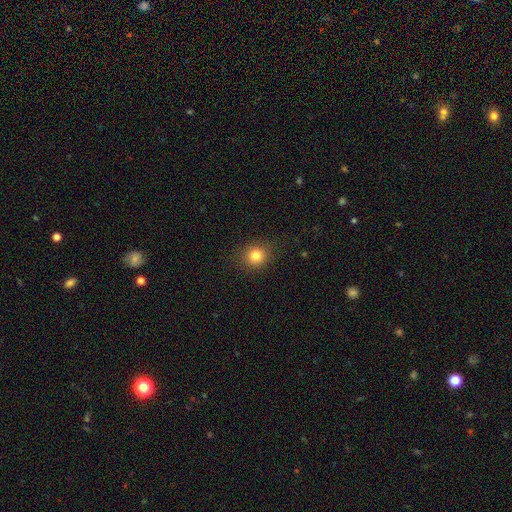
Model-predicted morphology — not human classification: This is clearly a smooth galaxy (82%). How rounded: clearly round (83%). Merging: clearly none (88%).